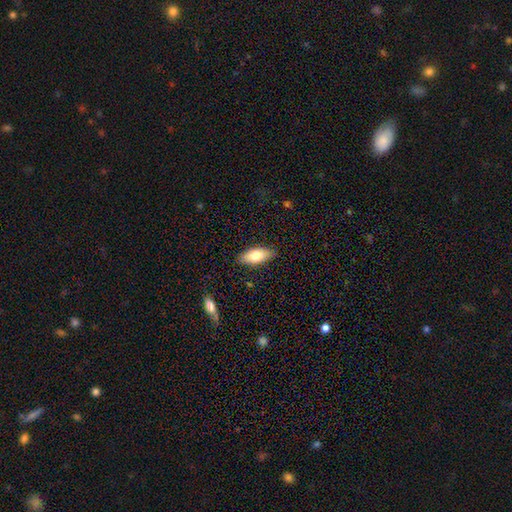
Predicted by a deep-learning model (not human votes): Overall: smooth (75%). How rounded: in between (87%). Merging: none (86%).